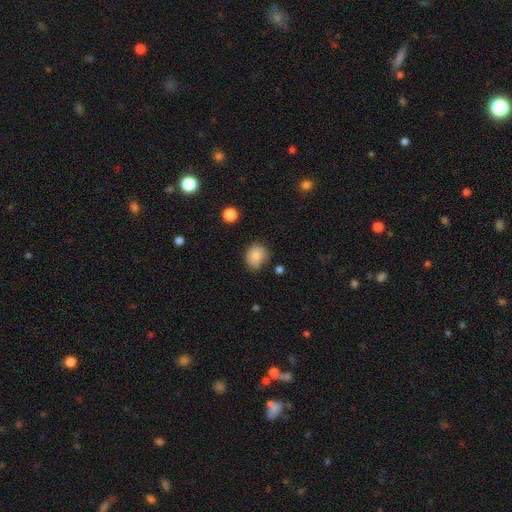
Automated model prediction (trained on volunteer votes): Smooth or featured? smooth (84%)
How rounded? round (70%)
Merging? none (65%)